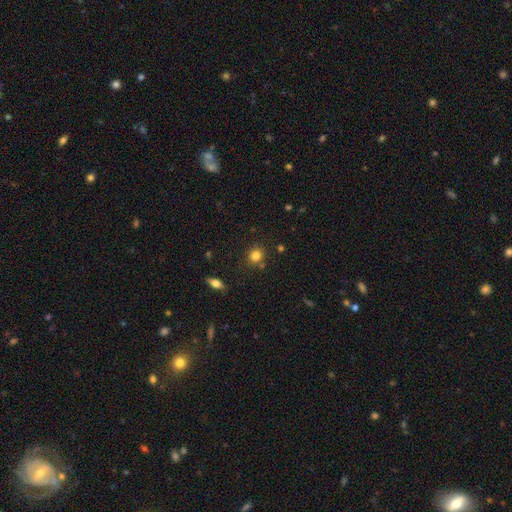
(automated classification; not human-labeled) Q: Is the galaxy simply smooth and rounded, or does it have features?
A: smooth — 80%.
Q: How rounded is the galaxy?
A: round — 82%.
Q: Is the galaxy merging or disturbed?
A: none — 81%.